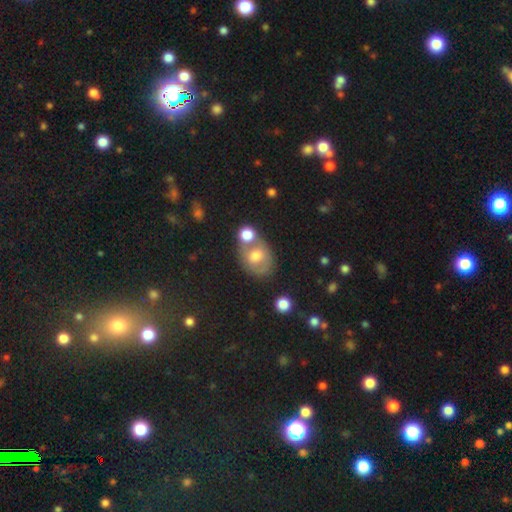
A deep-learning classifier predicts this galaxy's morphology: smooth 58%, featured or disk 30%, star or artifact 12%. Down the decision tree: how rounded — in between (51%); merging — none (46%).